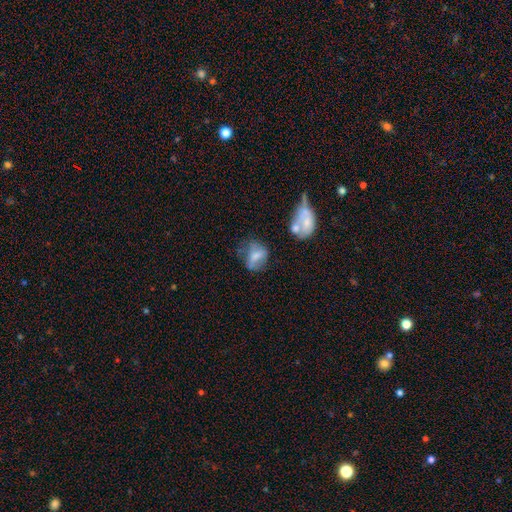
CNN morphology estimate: smooth-or-featured: smooth: 58% | featured or disk: 31% | star or artifact: 11%
  how-rounded: in between: 64% | round: 32% | cigar-shaped: 5%
  merging: none: 42% | minor disturbance: 27% | major disturbance: 21% | merger: 10%